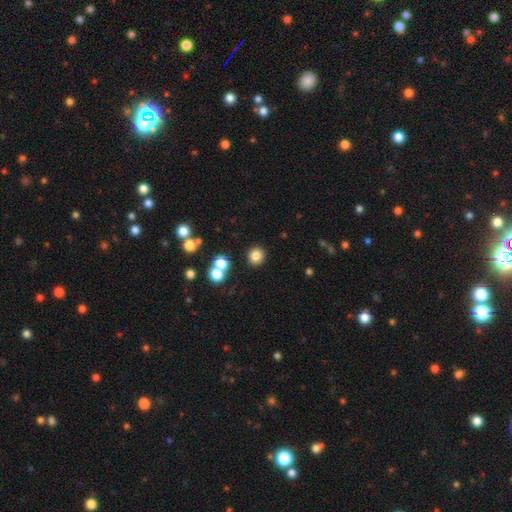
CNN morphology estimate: Smooth or featured? smooth (81%)
How rounded? round (87%)
Merging? none (86%)